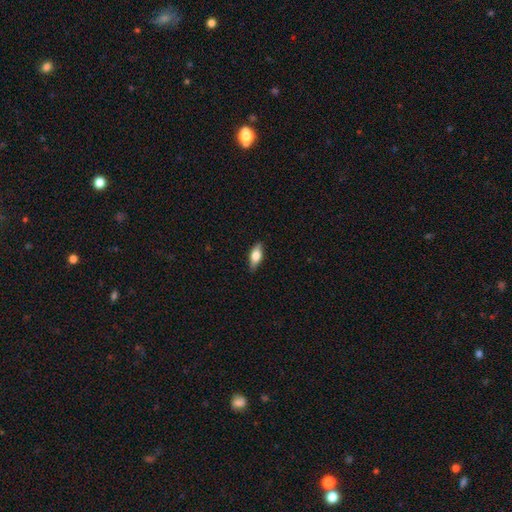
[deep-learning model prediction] Q: Smooth or featured?
A: smooth (68%); runner-up: featured or disk (26%)
Q: How rounded?
A: in between (78%); runner-up: cigar-shaped (19%)
Q: Merging?
A: none (84%); runner-up: minor disturbance (12%)